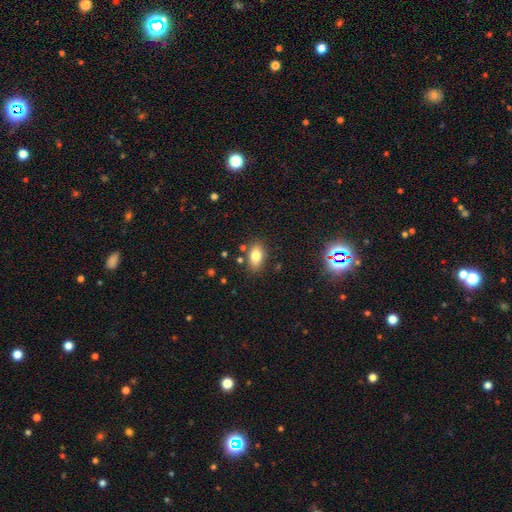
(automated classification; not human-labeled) smooth-or-featured: smooth: 79% | featured or disk: 11% | star or artifact: 10%
  how-rounded: in between: 87% | round: 10% | cigar-shaped: 3%
  merging: none: 81% | minor disturbance: 12% | merger: 4% | major disturbance: 3%